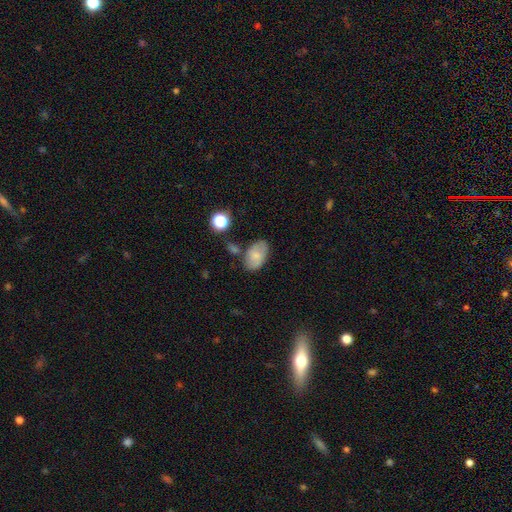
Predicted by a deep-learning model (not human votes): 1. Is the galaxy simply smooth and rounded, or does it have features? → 71% smooth, 21% featured or disk, 8% star or artifact.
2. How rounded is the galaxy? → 89% in between, 9% round, 1% cigar-shaped.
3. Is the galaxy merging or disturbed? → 68% none, 19% minor disturbance, 8% merger, 5% major disturbance.